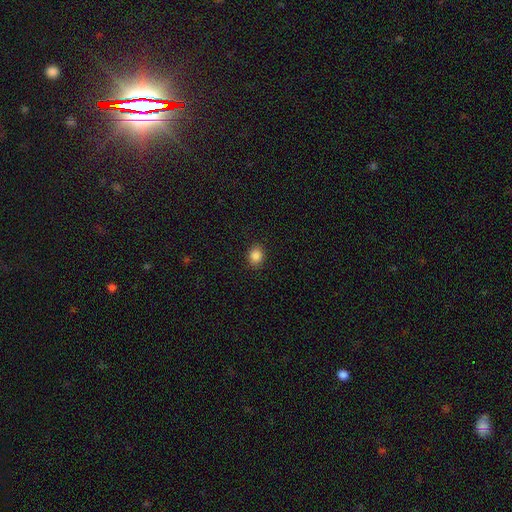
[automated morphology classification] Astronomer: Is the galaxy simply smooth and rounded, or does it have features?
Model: smooth — 86%.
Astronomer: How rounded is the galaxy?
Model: round — 58% (runner-up: in between, 41%).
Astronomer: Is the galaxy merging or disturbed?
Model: none — 89%.